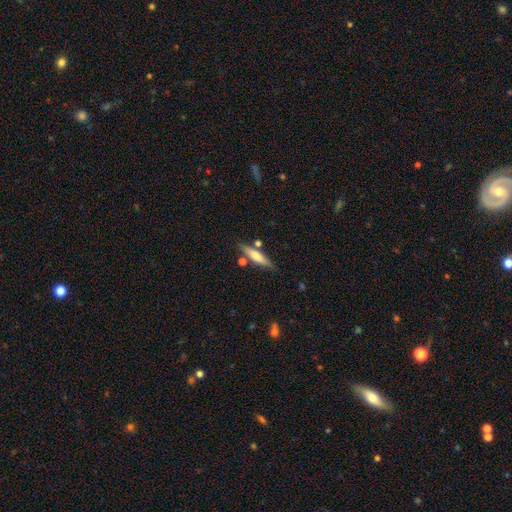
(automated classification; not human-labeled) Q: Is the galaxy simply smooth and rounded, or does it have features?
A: smooth — 60%.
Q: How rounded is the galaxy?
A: cigar-shaped — 79%.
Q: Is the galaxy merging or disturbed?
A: none — 77%.